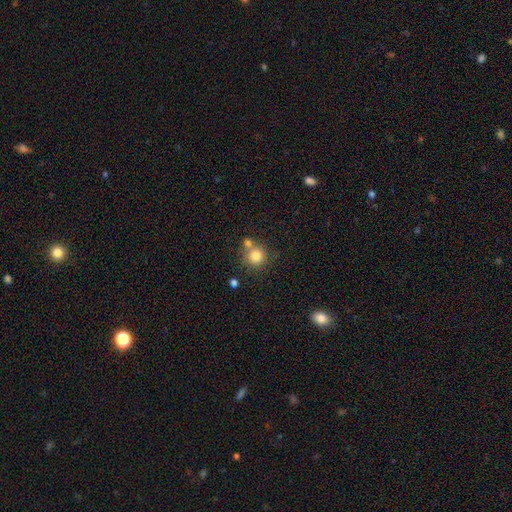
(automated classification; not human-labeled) This is clearly a smooth galaxy (81%). How rounded: clearly round (91%). Merging: likely none (62%).